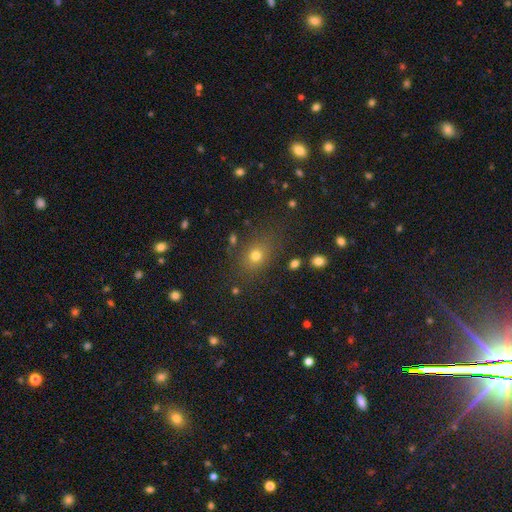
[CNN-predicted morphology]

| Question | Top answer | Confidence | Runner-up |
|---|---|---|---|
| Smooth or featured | smooth | 72% | star or artifact (17%) |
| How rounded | round | 52% | in between (47%) |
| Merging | none | 78% | minor disturbance (13%) |